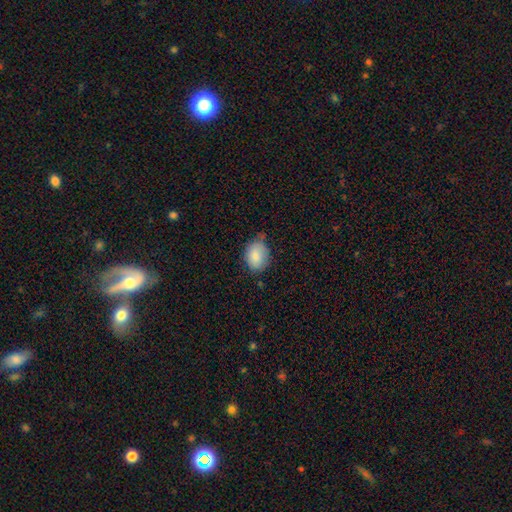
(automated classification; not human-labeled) smooth_or_featured: smooth (p=0.85) [alt: star or artifact p=0.07]
how_rounded: in between (p=0.65) [alt: round p=0.34]
merging: none (p=0.58) [alt: minor disturbance p=0.33]